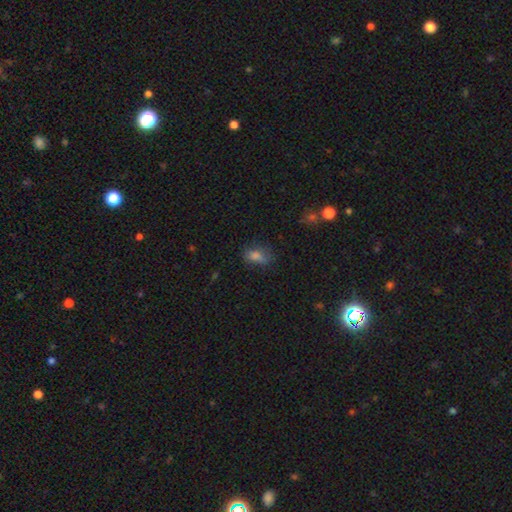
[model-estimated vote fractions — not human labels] Smooth or featured? smooth (72%)
How rounded? in between (79%)
Merging? none (53%)